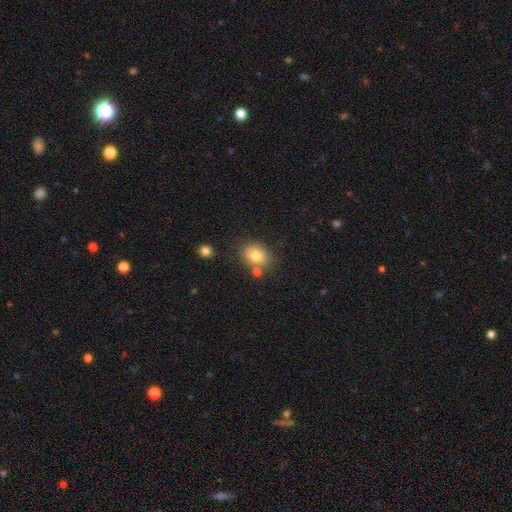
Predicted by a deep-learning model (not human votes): Overall: smooth (79%). How rounded: in between (52%; round 47%). Merging: none (73%).